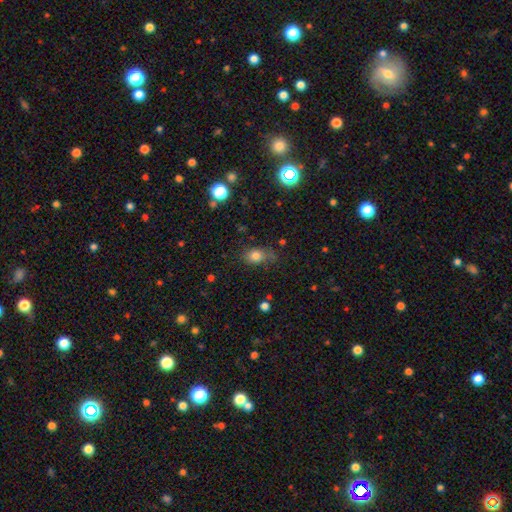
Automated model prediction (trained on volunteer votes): Smooth or featured? smooth (79%)
How rounded? in between (65%)
Merging? none (66%)